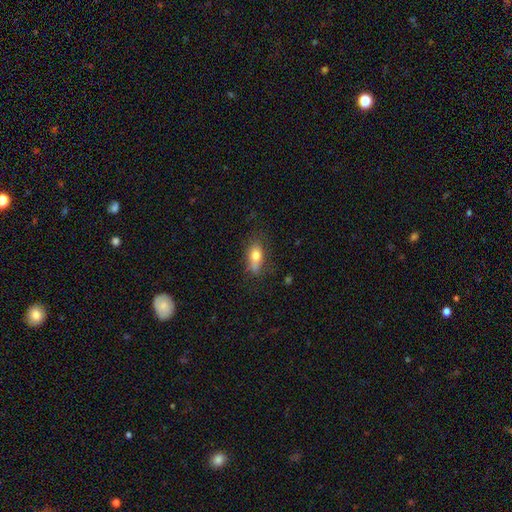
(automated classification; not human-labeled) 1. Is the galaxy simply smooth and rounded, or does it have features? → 73% smooth, 18% featured or disk, 9% star or artifact.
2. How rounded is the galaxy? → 79% in between, 14% cigar-shaped, 7% round.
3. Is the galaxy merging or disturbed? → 56% none, 28% minor disturbance, 11% major disturbance, 4% merger.